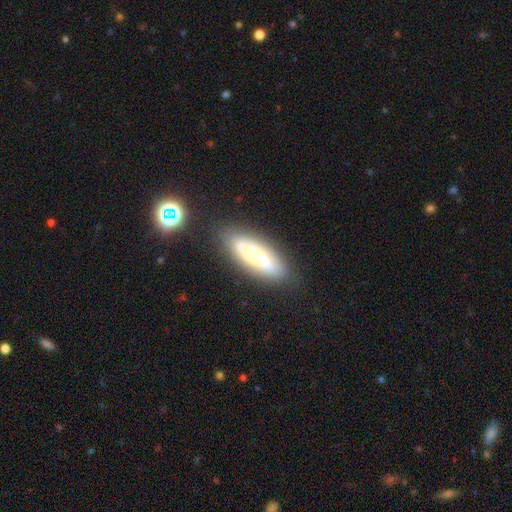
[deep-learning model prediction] Overall: featured or disk (61%; smooth 30%). Edge-on disk: no (80%). Merging: none (76%).